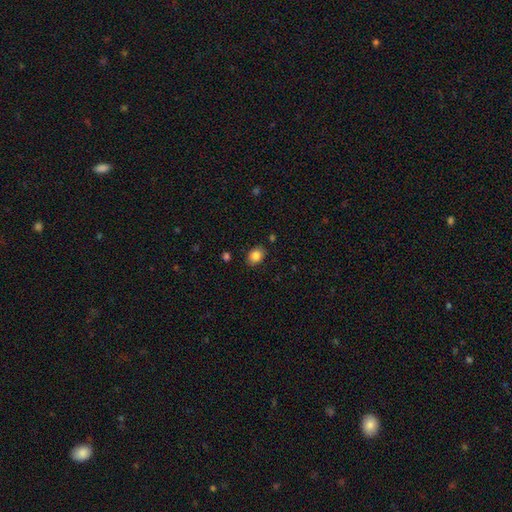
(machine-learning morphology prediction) The model was most divided on "how rounded": in between: 66%, round: 33%, cigar-shaped: 1%. More confident: merging — none (85%); smooth or featured — smooth (85%).